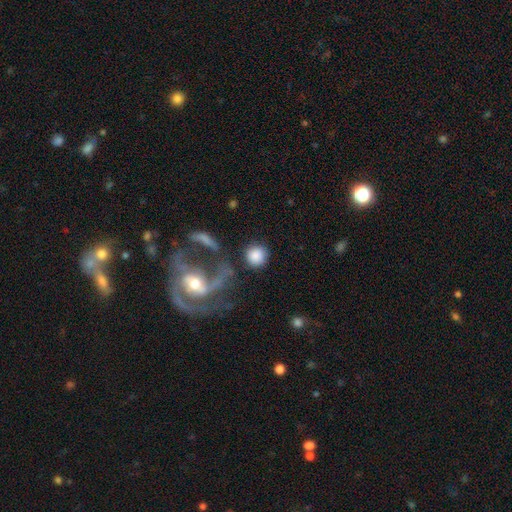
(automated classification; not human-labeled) smooth 80%, featured or disk 13%, star or artifact 8%. Down the decision tree: how rounded — round (90%); merging — none (65%).